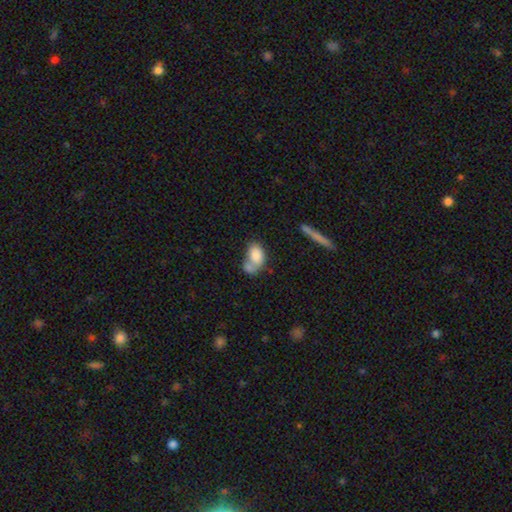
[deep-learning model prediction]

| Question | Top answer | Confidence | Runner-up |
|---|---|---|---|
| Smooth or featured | smooth | 79% | featured or disk (13%) |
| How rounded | in between | 87% | round (11%) |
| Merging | merger | 48% | none (29%) |